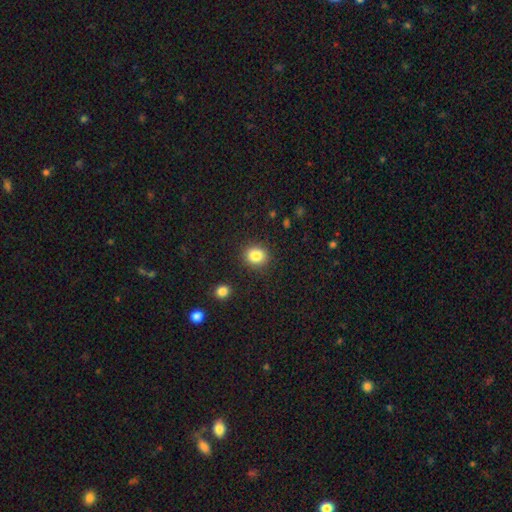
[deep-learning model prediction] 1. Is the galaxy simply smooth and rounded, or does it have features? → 85% smooth, 10% star or artifact, 5% featured or disk.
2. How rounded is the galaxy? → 67% round, 32% in between, 1% cigar-shaped.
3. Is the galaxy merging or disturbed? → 88% none, 8% minor disturbance, 3% major disturbance, 2% merger.